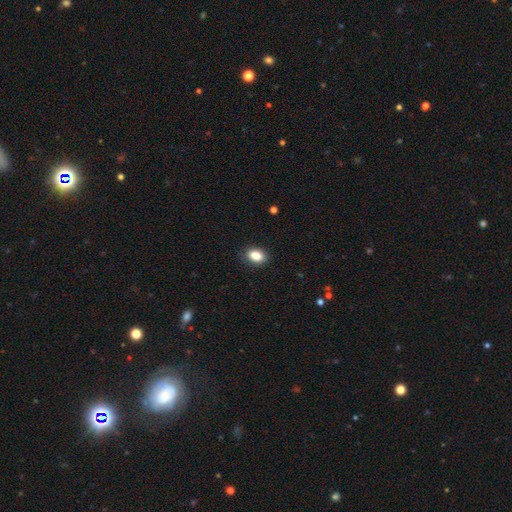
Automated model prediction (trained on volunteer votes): Smooth or featured? smooth (87%)
How rounded? in between (83%)
Merging? none (86%)